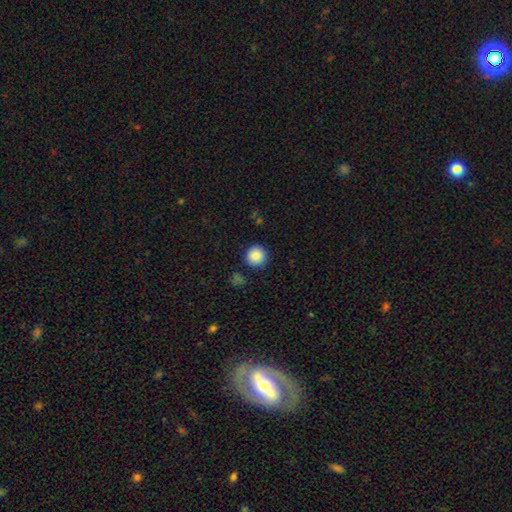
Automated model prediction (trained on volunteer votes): Smooth or featured? smooth (88%)
How rounded? round (94%)
Merging? none (89%)